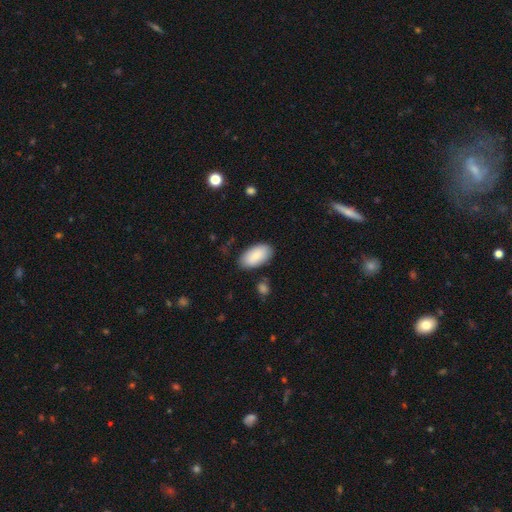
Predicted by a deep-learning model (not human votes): Smooth or featured?
  - smooth: 86% *
  - featured or disk: 9%
  - star or artifact: 6%
How rounded?
  - in between: 95% *
  - round: 3%
  - cigar-shaped: 2%
Merging?
  - none: 81% *
  - minor disturbance: 13%
  - major disturbance: 3%
  - merger: 2%